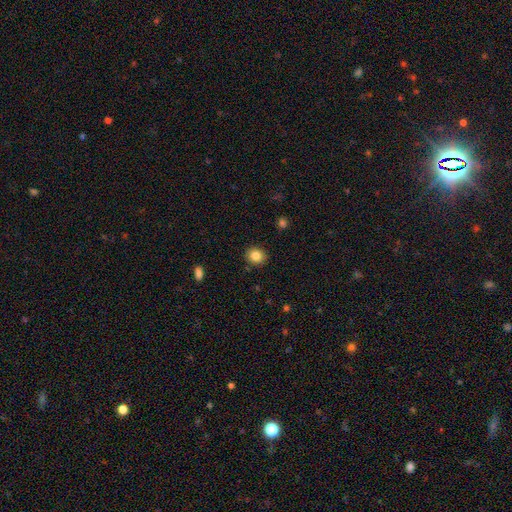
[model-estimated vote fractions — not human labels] Overall: smooth (84%). How rounded: round (79%). Merging: none (90%).